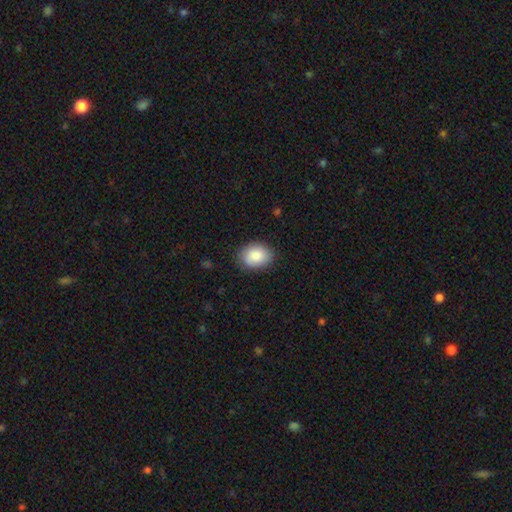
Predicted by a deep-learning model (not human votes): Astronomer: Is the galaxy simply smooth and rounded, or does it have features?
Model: smooth — 87%.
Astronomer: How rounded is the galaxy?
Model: in between — 65%.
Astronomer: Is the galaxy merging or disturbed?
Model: none — 84%.